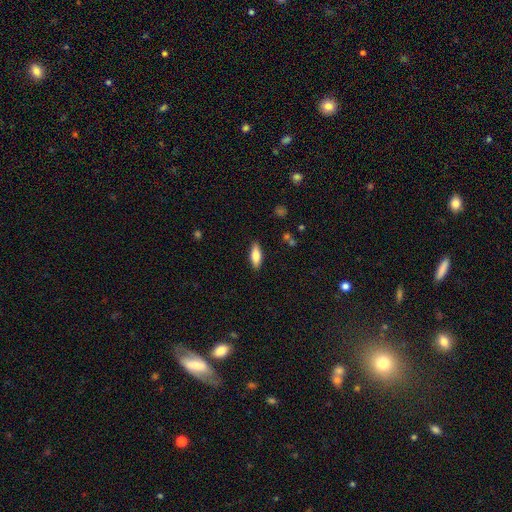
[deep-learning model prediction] Smooth or featured? Predicted: smooth (p=0.77). How rounded? Predicted: in between (p=0.70). Merging? Predicted: none (p=0.87).